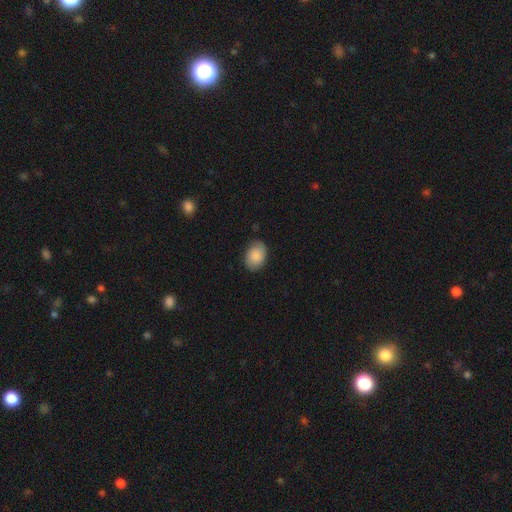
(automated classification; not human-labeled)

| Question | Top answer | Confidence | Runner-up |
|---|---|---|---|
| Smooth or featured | smooth | 78% | featured or disk (15%) |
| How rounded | in between | 75% | round (24%) |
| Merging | none | 77% | minor disturbance (18%) |